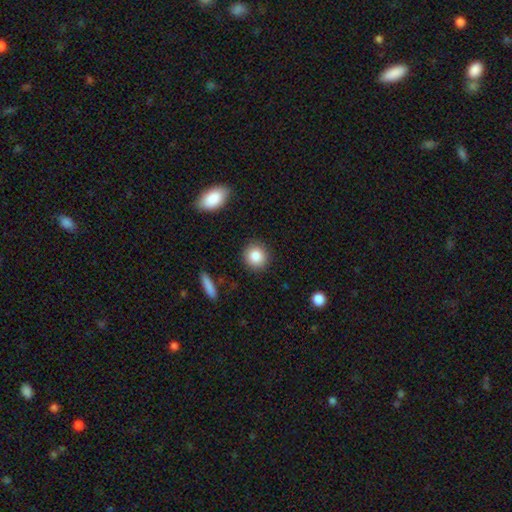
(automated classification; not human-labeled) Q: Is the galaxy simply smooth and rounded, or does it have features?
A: smooth — 86%.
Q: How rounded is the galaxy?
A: round — 88%.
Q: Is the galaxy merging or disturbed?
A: none — 89%.